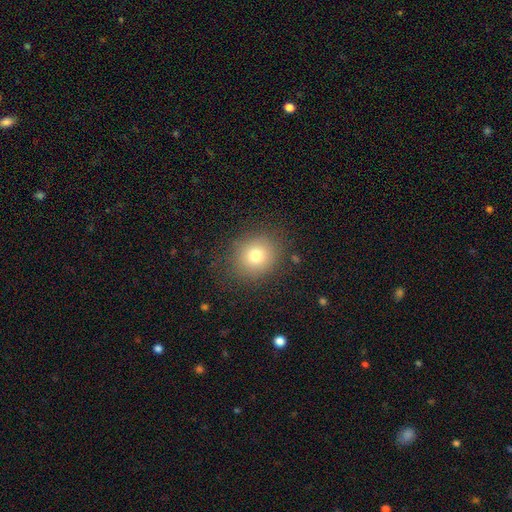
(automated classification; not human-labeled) smooth_or_featured: smooth (p=0.76) [alt: star or artifact p=0.13]
how_rounded: round (p=0.75) [alt: in between p=0.24]
merging: none (p=0.85) [alt: minor disturbance p=0.10]